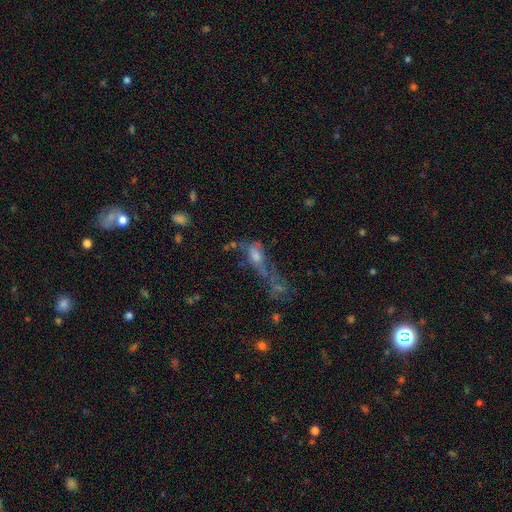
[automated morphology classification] A featured or disk galaxy (39%, tied with smooth).

Vote fractions:
- Smooth or featured? featured or disk: 39% (tied) / smooth: 39% (tied) / star or artifact: 22%
- Merging? major disturbance: 34% / merger: 30% / none: 22% / minor disturbance: 14%